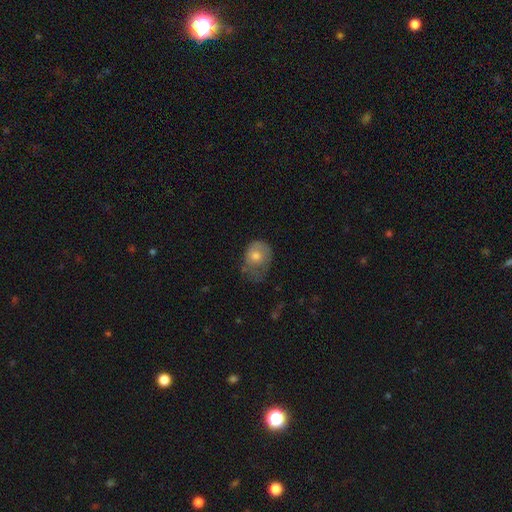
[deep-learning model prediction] This is likely a smooth galaxy (63%). How rounded: possibly in between (58%). Merging: marginally minor disturbance (37%).